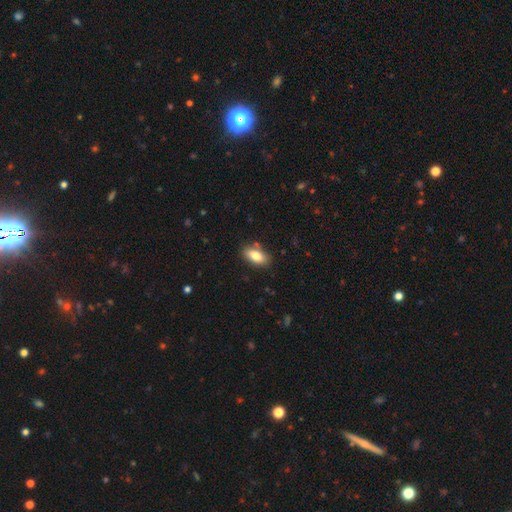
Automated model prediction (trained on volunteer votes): Smooth or featured? Predicted: smooth (p=0.82). How rounded? Predicted: in between (p=0.89). Merging? Predicted: none (p=0.83).